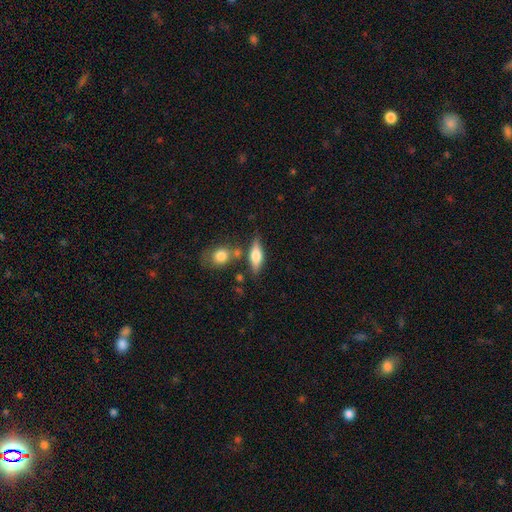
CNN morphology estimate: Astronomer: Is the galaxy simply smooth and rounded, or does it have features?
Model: smooth — 54% (runner-up: featured or disk, 39%).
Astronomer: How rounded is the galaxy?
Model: in between — 59% (runner-up: cigar-shaped, 35%).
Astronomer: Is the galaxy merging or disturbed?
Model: none — 69%.